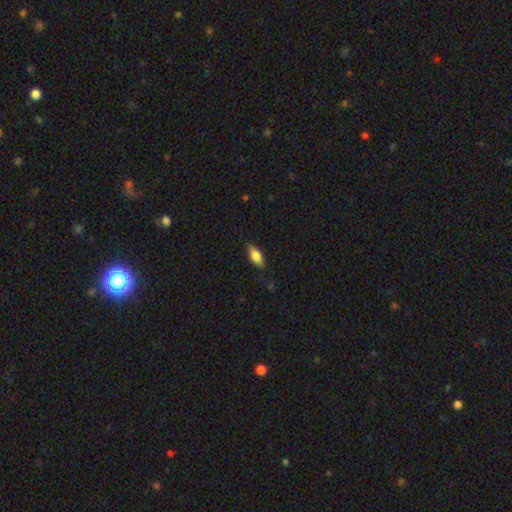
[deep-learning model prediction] smooth_or_featured: smooth (p=0.78) [alt: featured or disk p=0.16]
how_rounded: in between (p=0.81) [alt: cigar-shaped p=0.16]
merging: none (p=0.81) [alt: minor disturbance p=0.15]